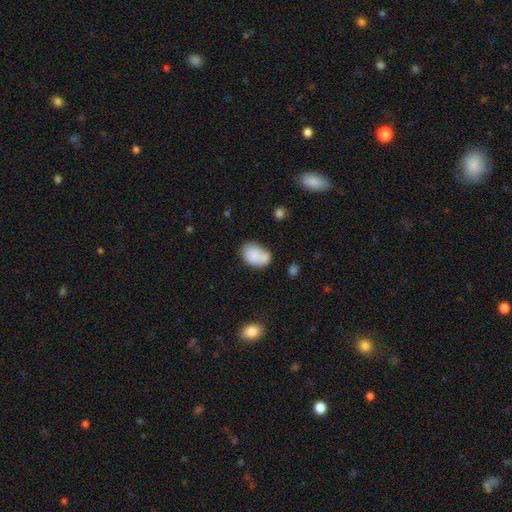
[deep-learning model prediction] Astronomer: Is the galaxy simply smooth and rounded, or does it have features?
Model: smooth — 81%.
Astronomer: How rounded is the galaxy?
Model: in between — 85%.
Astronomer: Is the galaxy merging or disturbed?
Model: none — 48% (runner-up: minor disturbance, 25%).